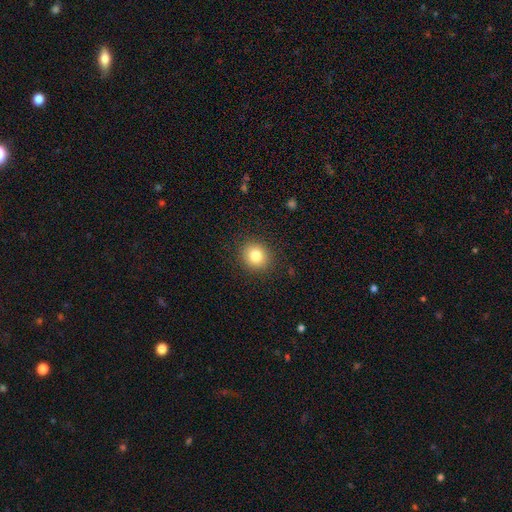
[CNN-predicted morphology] Overall: smooth (82%). How rounded: round (84%). Merging: none (90%).